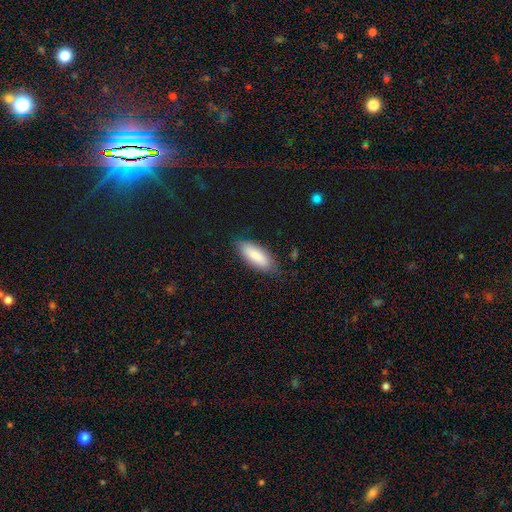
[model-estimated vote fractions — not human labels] A smooth galaxy with no disk features (87%) that is in between round and cigar-shaped (72%).

Vote fractions:
- Smooth or featured? smooth: 87% / featured or disk: 8% / star or artifact: 6%
- How rounded? in between: 72% / cigar-shaped: 26% / round: 2%
- Merging? none: 80% / minor disturbance: 15% / major disturbance: 3% / merger: 1%